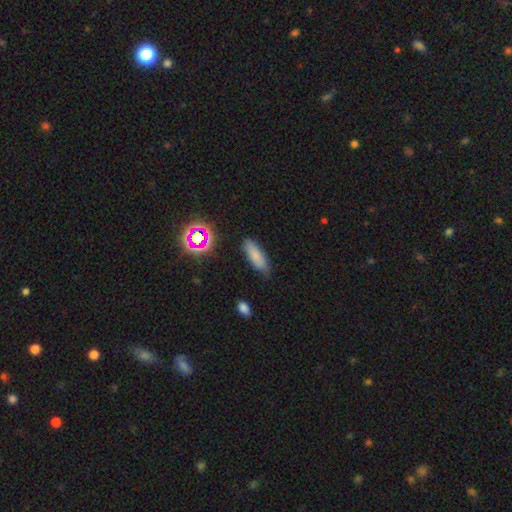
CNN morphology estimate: type=smooth (77%); roundness=in between (57%); merging=none (79%).